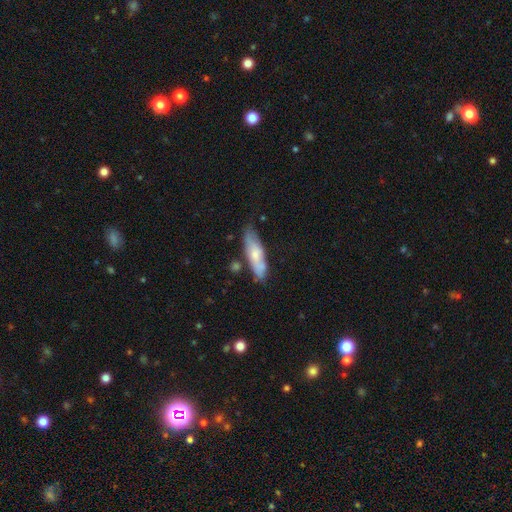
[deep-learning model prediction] A smooth galaxy with no disk features (59%) that is cigar-shaped (58%). Merging: none (64%).